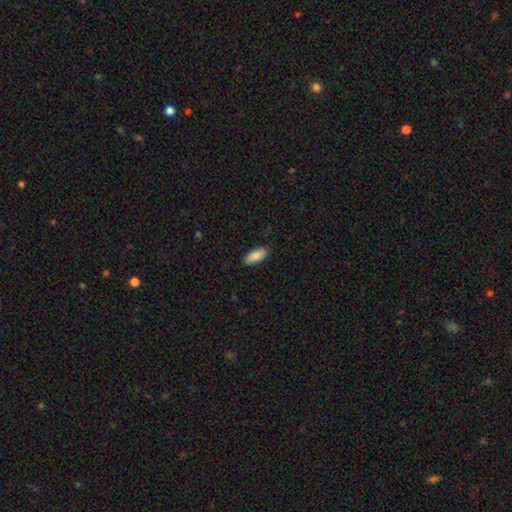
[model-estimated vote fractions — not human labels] Smooth or featured? Predicted: smooth (p=0.87). How rounded? Predicted: in between (p=0.85). Merging? Predicted: none (p=0.87).